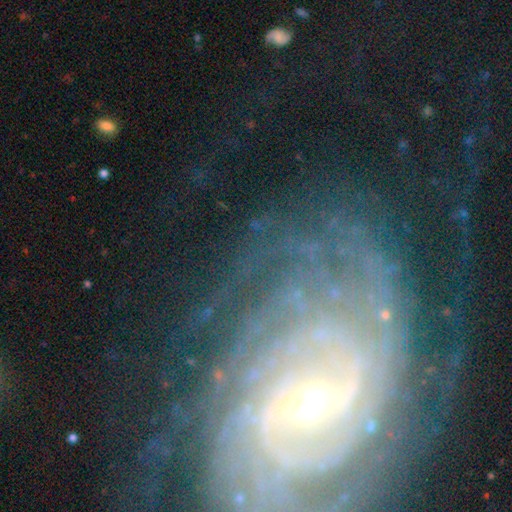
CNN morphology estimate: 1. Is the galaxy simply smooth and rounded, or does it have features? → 86% featured or disk, 8% star or artifact, 5% smooth.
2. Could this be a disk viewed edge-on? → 96% no, 4% yes.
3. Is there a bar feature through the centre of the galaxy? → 39% weak, 34% no, 26% strong.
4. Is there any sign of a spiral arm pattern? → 95% yes, 5% no.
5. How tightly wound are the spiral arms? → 74% tight, 20% medium, 6% loose.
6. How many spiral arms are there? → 31% can't tell, 21% more than 4, 14% 4, 14% 2, 12% 3, 8% 1.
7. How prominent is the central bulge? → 63% small, 32% moderate, 2% large, 1% none, 1% dominant.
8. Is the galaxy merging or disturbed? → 74% none, 14% minor disturbance, 10% major disturbance, 2% merger.